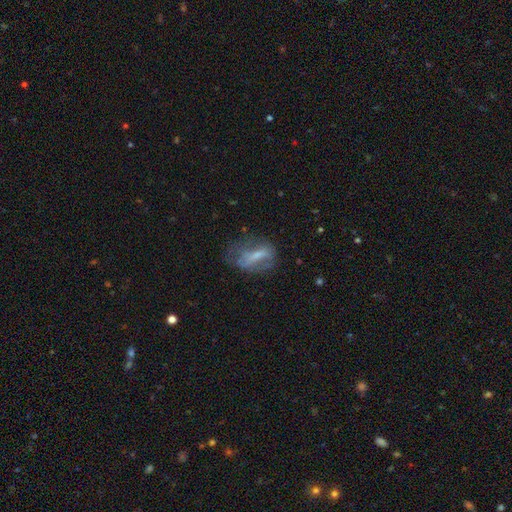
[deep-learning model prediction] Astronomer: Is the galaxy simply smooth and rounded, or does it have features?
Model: featured or disk — 46% (runner-up: smooth, 43%).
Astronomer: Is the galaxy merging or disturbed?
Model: none — 41% (runner-up: major disturbance, 31%).